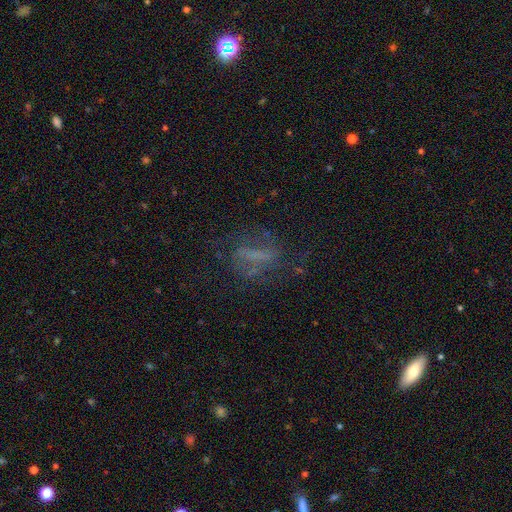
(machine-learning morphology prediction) smooth_or_featured: featured or disk (p=0.48) [alt: smooth p=0.31]
merging: none (p=0.58) [alt: major disturbance p=0.21]